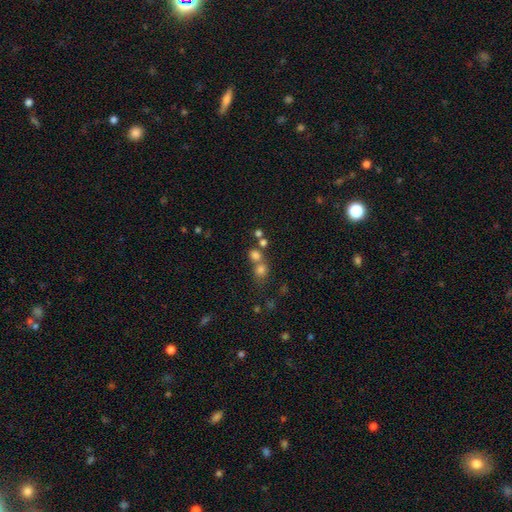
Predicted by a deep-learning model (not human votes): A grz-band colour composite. It shows a smooth galaxy with no disk features (72%) that is round (73%). Merging: merger (46%).